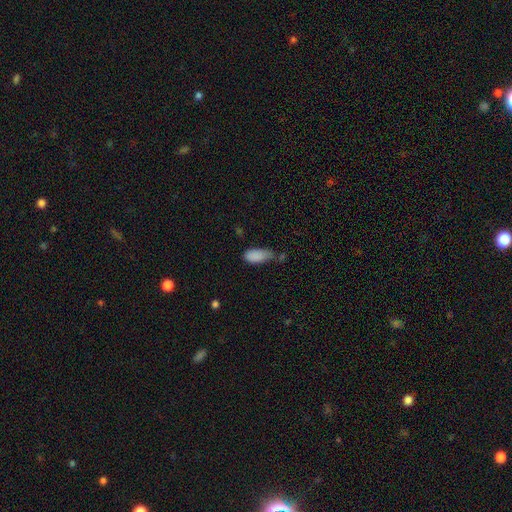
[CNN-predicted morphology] Smooth or featured? Predicted: smooth (p=0.86). How rounded? Predicted: in between (p=0.89). Merging? Predicted: minor disturbance (p=0.39, tied with none).